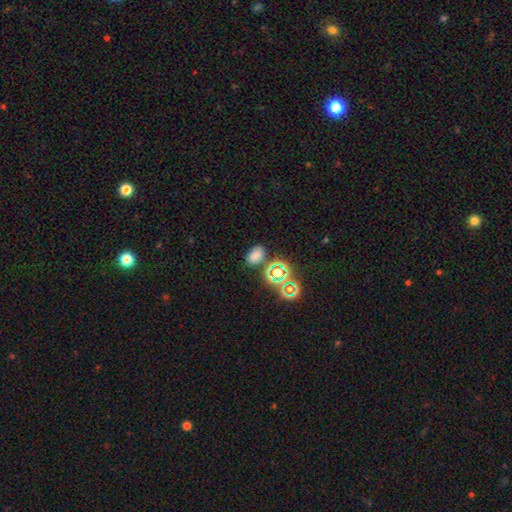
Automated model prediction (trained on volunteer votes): Smooth or featured?
  - smooth: 69% *
  - star or artifact: 24%
  - featured or disk: 7%
How rounded?
  - in between: 83% *
  - round: 15%
  - cigar-shaped: 1%
Merging?
  - none: 76% *
  - minor disturbance: 12%
  - merger: 8%
  - major disturbance: 4%